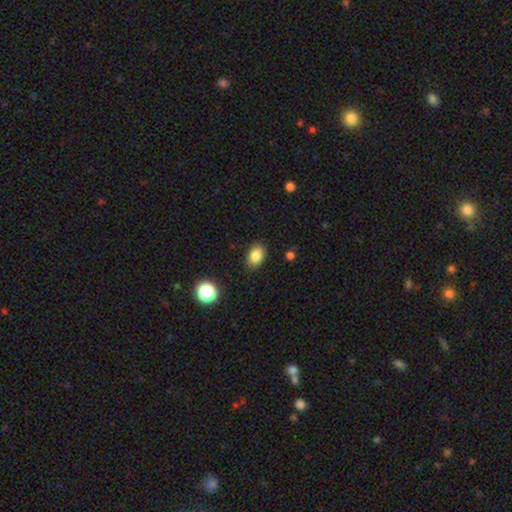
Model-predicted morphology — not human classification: smooth_or_featured: smooth (p=0.84) [alt: star or artifact p=0.10]
how_rounded: in between (p=0.75) [alt: round p=0.23]
merging: none (p=0.87) [alt: minor disturbance p=0.09]